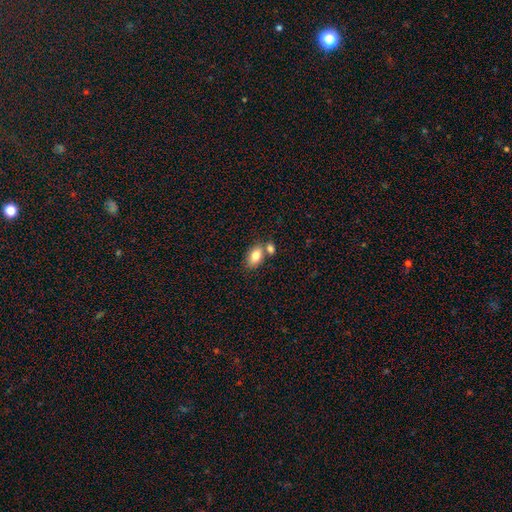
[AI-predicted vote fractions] This is clearly a smooth galaxy (80%). How rounded: clearly in between (89%). Merging: possibly none (57%).